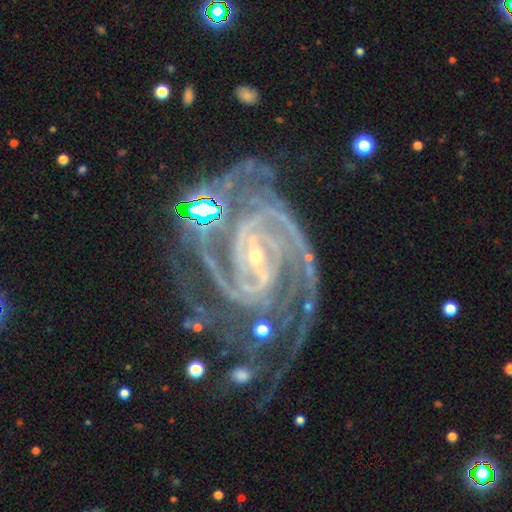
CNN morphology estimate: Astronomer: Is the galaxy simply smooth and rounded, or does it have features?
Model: featured or disk — 93%.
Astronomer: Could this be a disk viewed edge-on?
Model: no — 98%.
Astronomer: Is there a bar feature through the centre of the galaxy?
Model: strong — 55% (runner-up: weak, 31%).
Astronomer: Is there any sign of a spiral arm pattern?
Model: yes — 99%.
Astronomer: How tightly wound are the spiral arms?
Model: tight — 57% (runner-up: medium, 36%).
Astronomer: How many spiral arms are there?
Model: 2 — 32% (runner-up: 3, 24%).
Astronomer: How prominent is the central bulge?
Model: small — 77%.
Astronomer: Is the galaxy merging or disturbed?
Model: none — 58%.